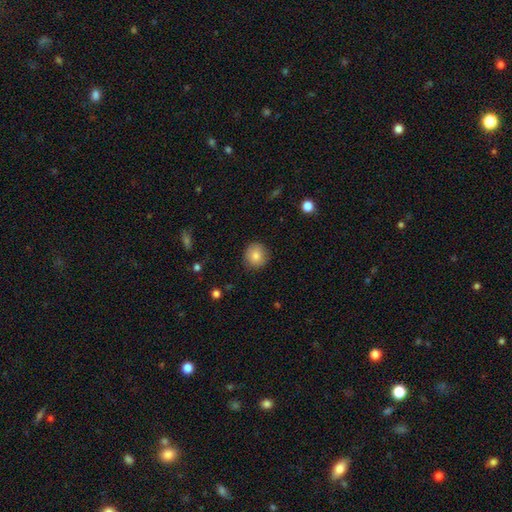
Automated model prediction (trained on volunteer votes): smooth_or_featured: smooth (p=0.83) [alt: star or artifact p=0.09]
how_rounded: round (p=0.90) [alt: in between p=0.09]
merging: none (p=0.88) [alt: minor disturbance p=0.09]